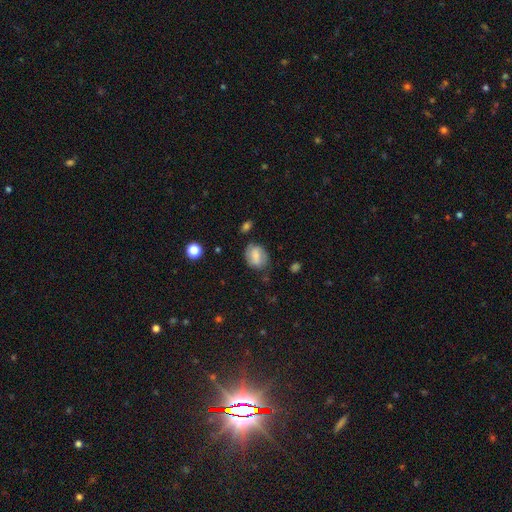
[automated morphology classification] smooth 63%, featured or disk 29%, star or artifact 9%. Down the decision tree: how rounded — in between (65%); merging — none (65%).